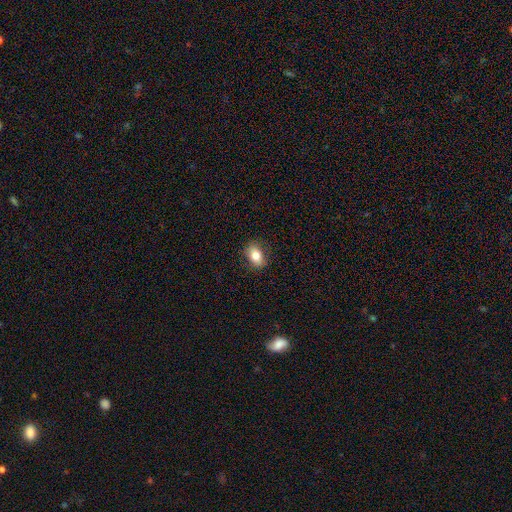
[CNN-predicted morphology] Smooth or featured: smooth — 82% (featured or disk — 10%)
How rounded: in between — 83% (round — 15%)
Merging: none — 85% (minor disturbance — 11%)